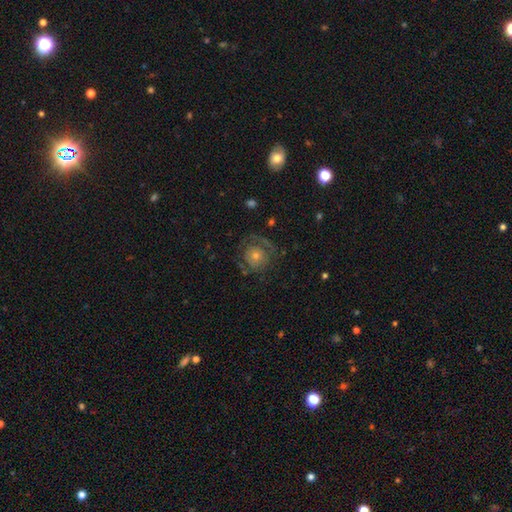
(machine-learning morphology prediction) featured or disk 62%, smooth 27%, star or artifact 11%. Down the decision tree: edge-on disk — no (97%); bar — no (83%); spiral arms — yes (72%); bulge size — moderate (48%); merging — none (69%).